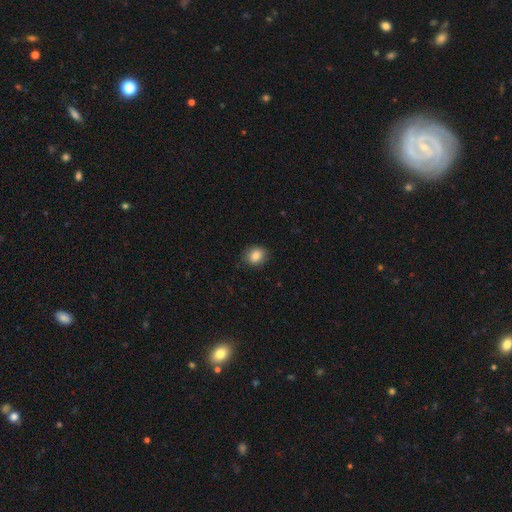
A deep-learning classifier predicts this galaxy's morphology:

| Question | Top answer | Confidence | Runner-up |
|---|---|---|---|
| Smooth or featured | smooth | 84% | star or artifact (9%) |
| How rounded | round | 58% | in between (41%) |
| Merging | none | 85% | minor disturbance (11%) |